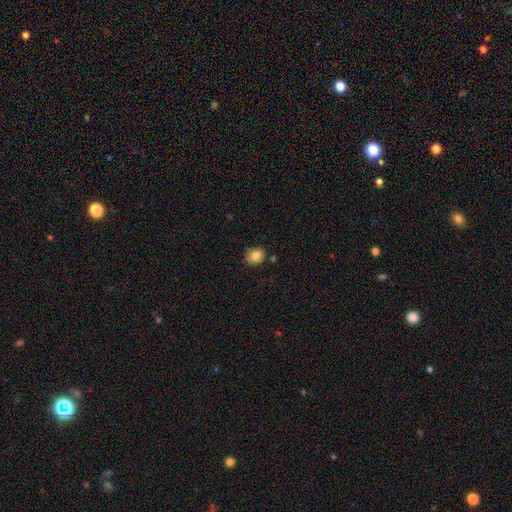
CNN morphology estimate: Overall: smooth (82%). How rounded: round (70%). Merging: none (79%).